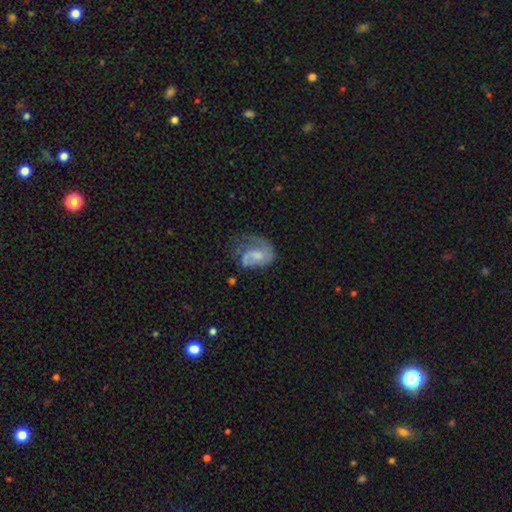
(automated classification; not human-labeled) The model was most divided on "bulge size": small: 43%, moderate: 29%, none: 21%, large: 5%, dominant: 2%. Remaining: edge-on disk — no (98%); spiral arms — yes (74%); bar — no (67%); smooth or featured — featured or disk (57%); merging — major disturbance (44%).